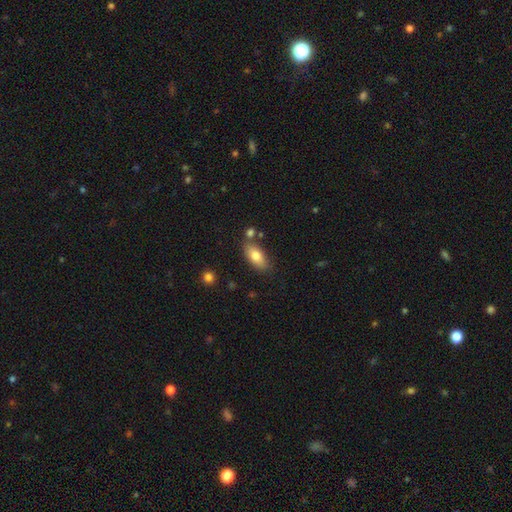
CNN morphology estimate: This is likely a smooth galaxy (79%). How rounded: clearly in between (88%). Merging: likely none (73%).